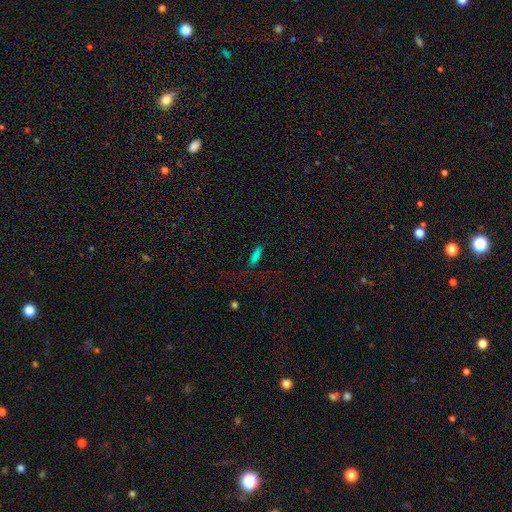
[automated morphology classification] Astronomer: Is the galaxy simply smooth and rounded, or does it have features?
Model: smooth — 77%.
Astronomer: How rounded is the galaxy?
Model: cigar-shaped — 67%.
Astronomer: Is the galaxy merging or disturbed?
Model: none — 75%.